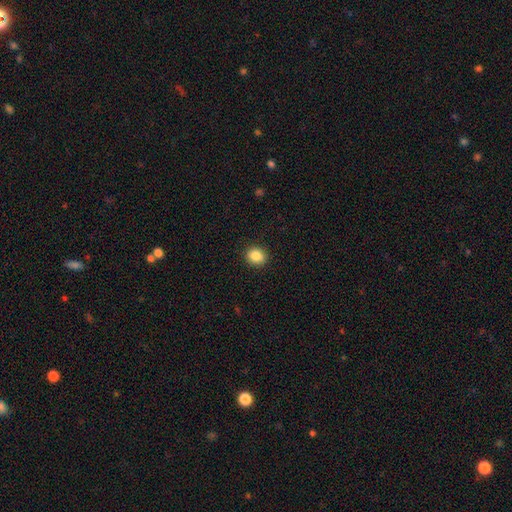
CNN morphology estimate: Smooth or featured? smooth (87%)
How rounded? round (69%)
Merging? none (91%)